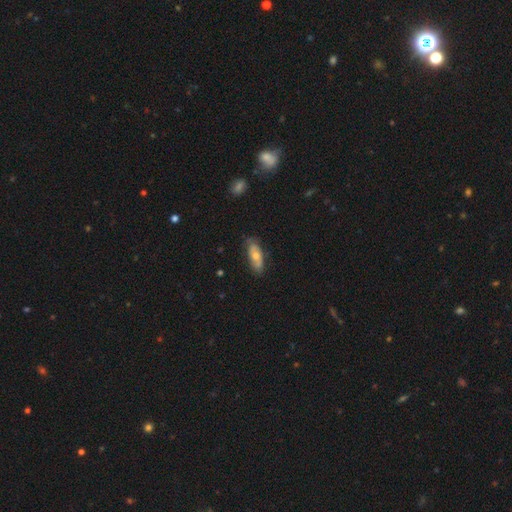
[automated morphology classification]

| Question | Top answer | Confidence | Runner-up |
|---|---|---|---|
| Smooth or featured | smooth | 51% | featured or disk (42%) |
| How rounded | in between | 78% | cigar-shaped (18%) |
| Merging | none | 73% | minor disturbance (21%) |